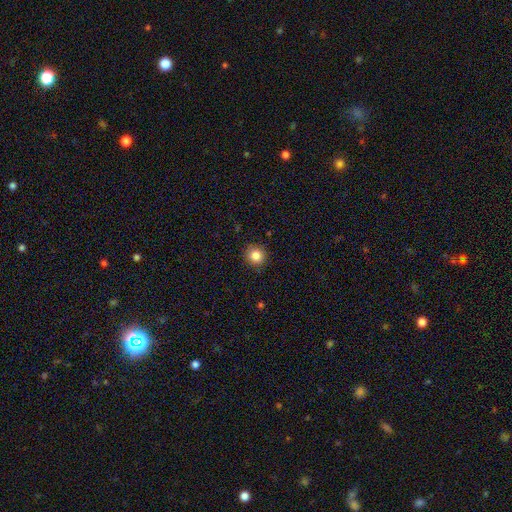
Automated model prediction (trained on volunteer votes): Morphology: type=smooth (85%); roundness=round (92%); merging=none (90%).